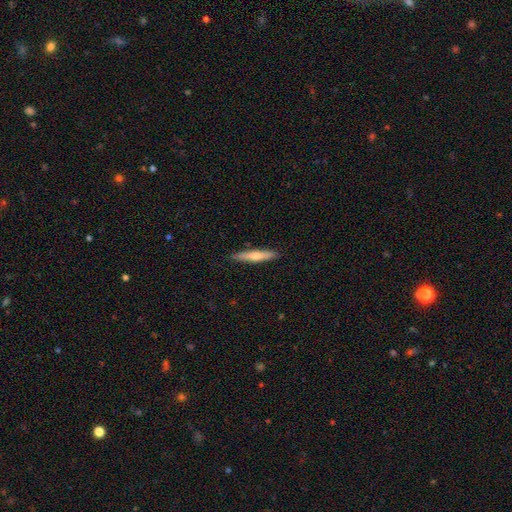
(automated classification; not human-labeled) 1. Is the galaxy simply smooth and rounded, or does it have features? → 56% smooth, 38% featured or disk, 6% star or artifact.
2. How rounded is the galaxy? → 91% cigar-shaped, 7% in between, 1% round.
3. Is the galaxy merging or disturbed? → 90% none, 8% minor disturbance, 1% major disturbance, 1% merger.